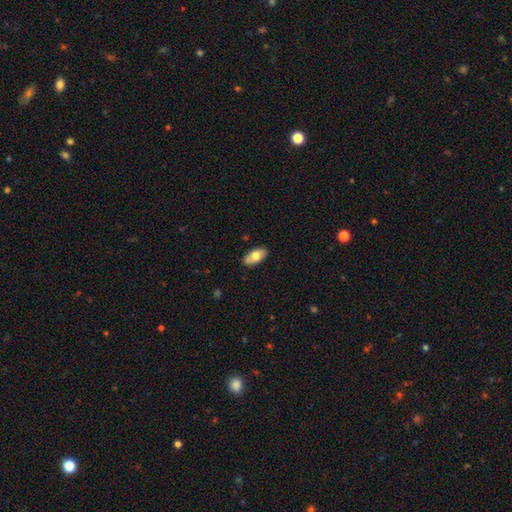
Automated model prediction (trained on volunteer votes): Morphology: type=smooth (71%); roundness=in between (93%); merging=none (84%).